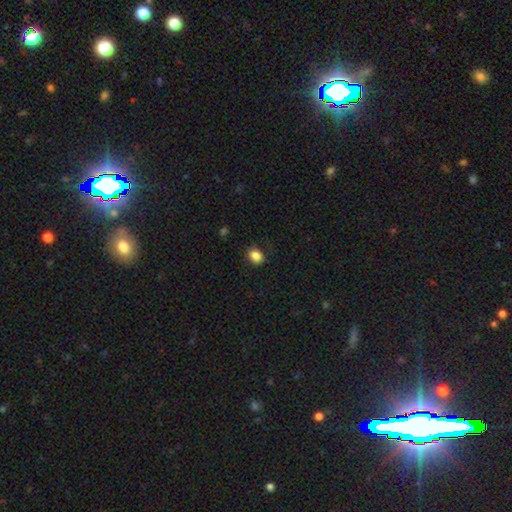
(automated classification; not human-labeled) Q: Smooth or featured?
A: smooth (85%); runner-up: star or artifact (10%)
Q: How rounded?
A: in between (50%); runner-up: round (49%)
Q: Merging?
A: none (84%); runner-up: minor disturbance (12%)